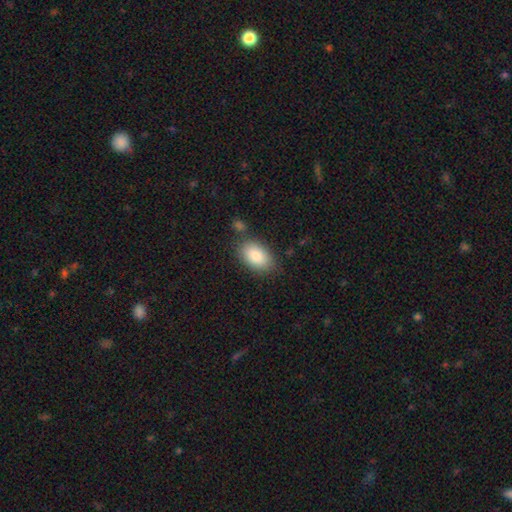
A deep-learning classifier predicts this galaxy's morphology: Smooth or featured: smooth — 86% (featured or disk — 8%)
How rounded: in between — 91% (round — 7%)
Merging: none — 75% (minor disturbance — 15%)